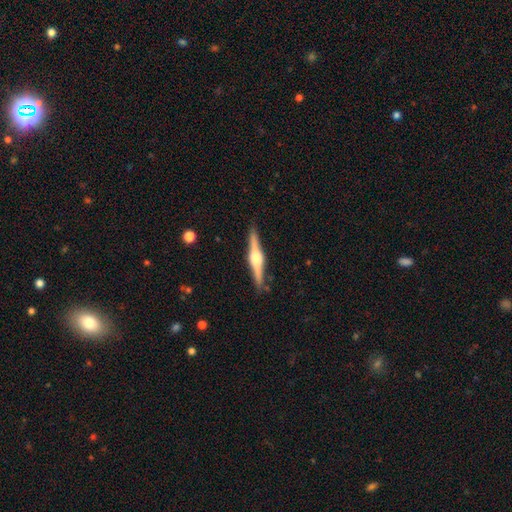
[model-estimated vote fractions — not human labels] Morphology: type=featured or disk (79%); edge-on=yes (98%); edge-on bulge=rounded (90%); merging=none (90%).